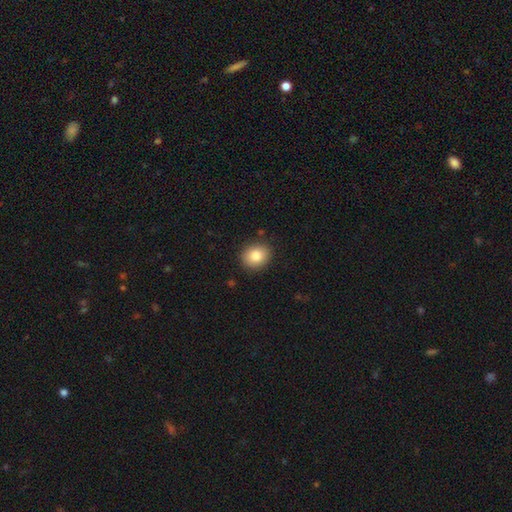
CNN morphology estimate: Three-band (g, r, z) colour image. It shows a smooth galaxy with no disk features (85%) that is round (67%). Merging: none (88%).